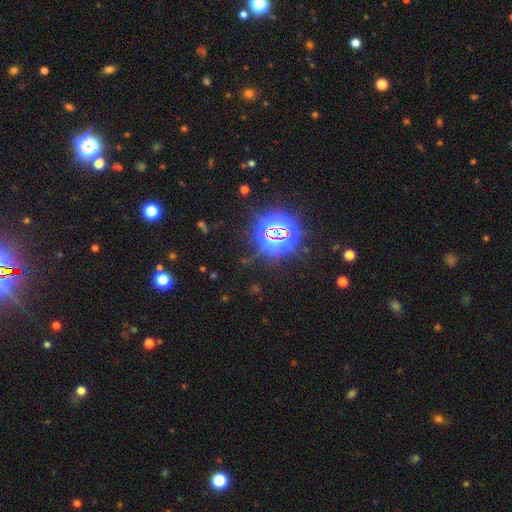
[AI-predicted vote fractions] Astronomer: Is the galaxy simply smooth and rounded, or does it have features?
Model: star or artifact — 82%.